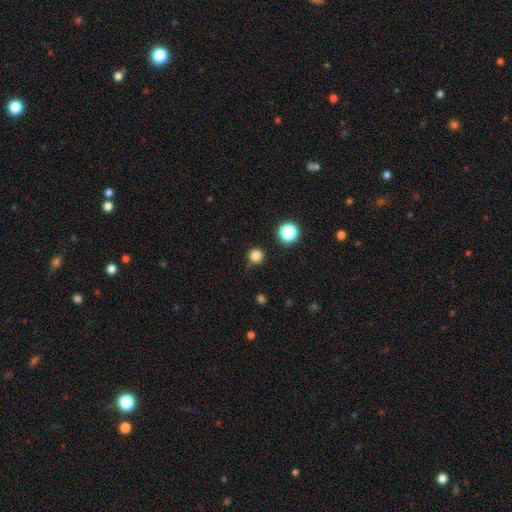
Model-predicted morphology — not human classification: Overall: smooth (81%). How rounded: round (95%). Merging: none (79%).